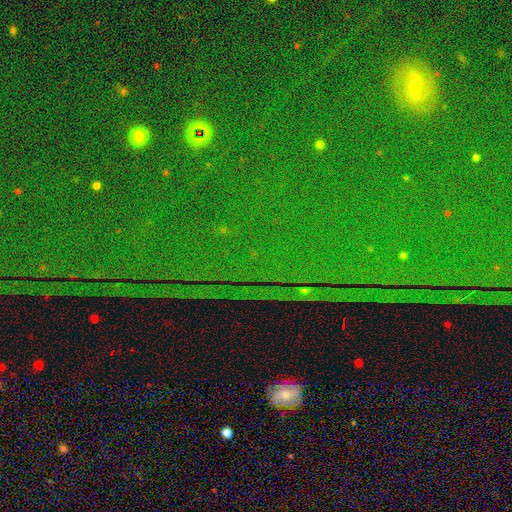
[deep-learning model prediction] star or artifact 85%, smooth 8%, featured or disk 7%.